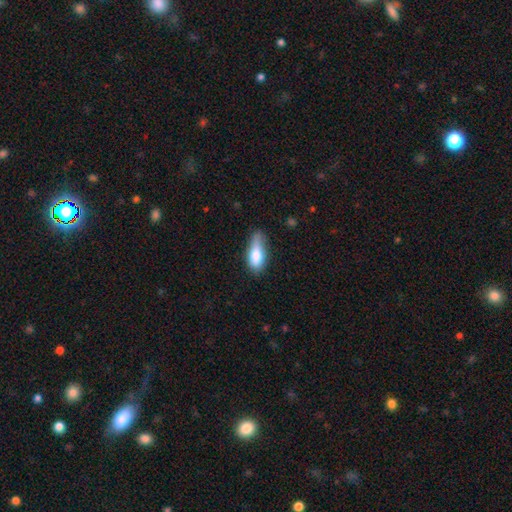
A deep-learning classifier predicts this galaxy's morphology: Smooth or featured?
  - smooth: 75% *
  - featured or disk: 18%
  - star or artifact: 7%
How rounded?
  - in between: 77% *
  - cigar-shaped: 20%
  - round: 4%
Merging?
  - none: 47% *
  - minor disturbance: 37%
  - major disturbance: 13%
  - merger: 4%